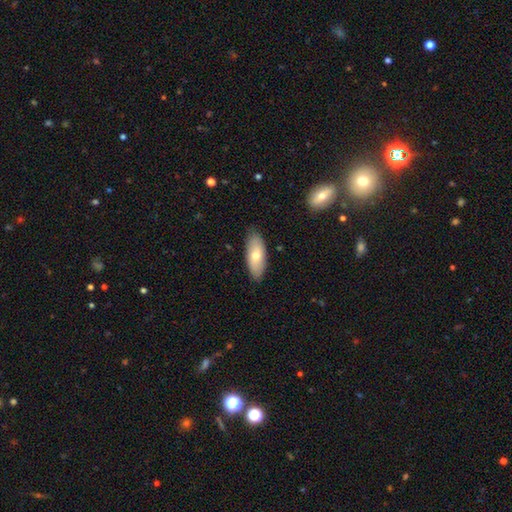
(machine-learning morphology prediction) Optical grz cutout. It shows a smooth galaxy with no disk features (70%) that is in between round and cigar-shaped (83%). Merging: none (84%).